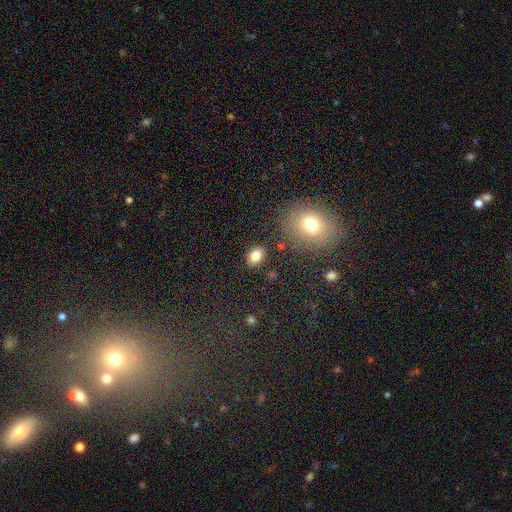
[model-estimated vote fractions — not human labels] This is clearly a smooth galaxy (82%). How rounded: likely in between (75%). Merging: clearly none (84%).